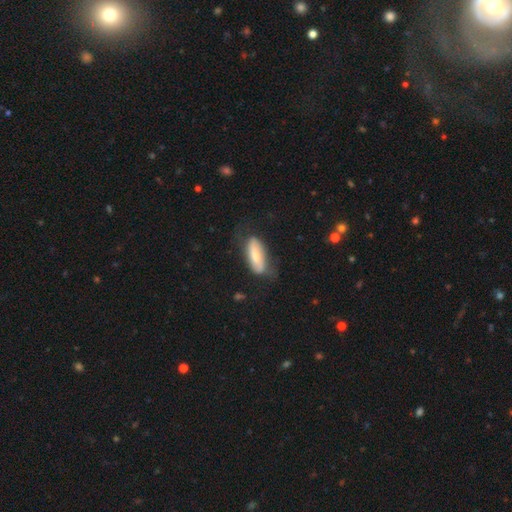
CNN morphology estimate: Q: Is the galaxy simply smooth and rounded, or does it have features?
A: smooth — 57%.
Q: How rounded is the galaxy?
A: in between — 68%.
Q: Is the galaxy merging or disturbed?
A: none — 60%.